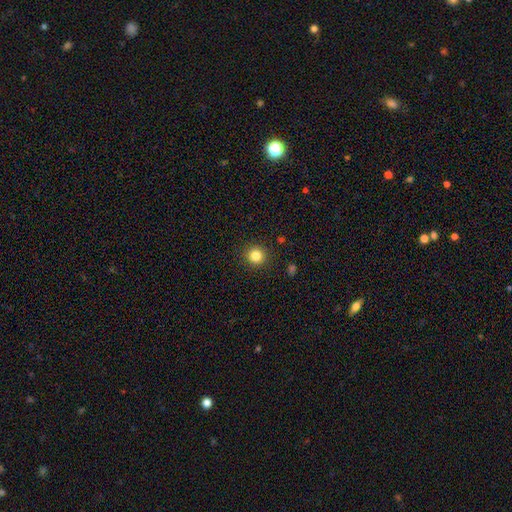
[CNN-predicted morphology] A smooth galaxy with no disk features (83%) that is round (94%). Merging: none (92%).